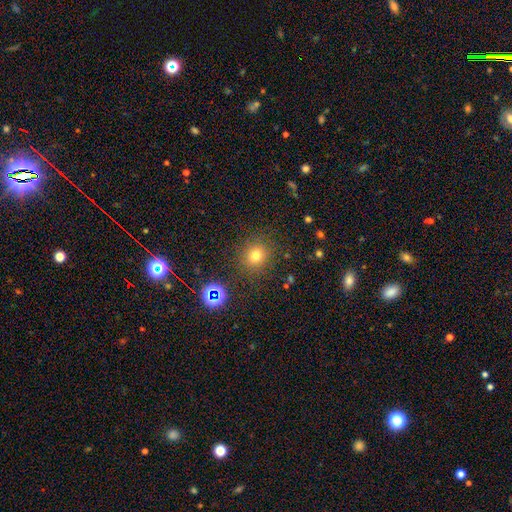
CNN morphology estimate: This appears to be a smooth galaxy with no disk features (72%) that is round (83%). Merging: none (85%).